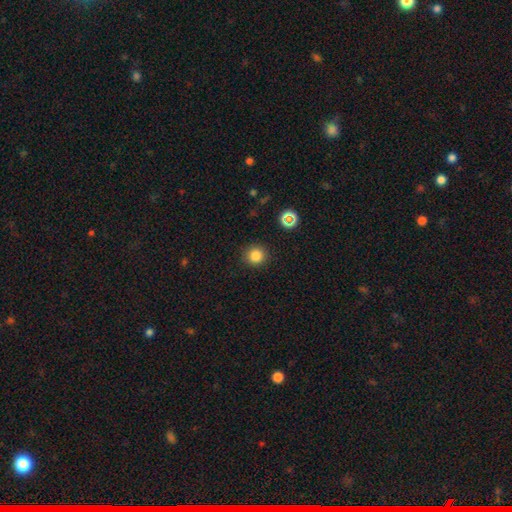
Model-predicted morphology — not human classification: This appears to be a smooth galaxy with no disk features (83%) that is round (92%). Merging: none (90%).